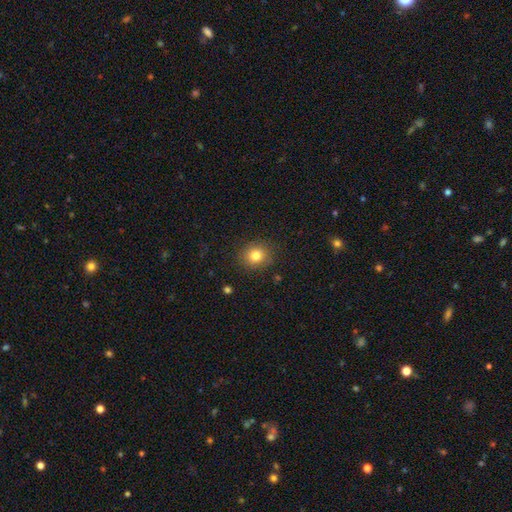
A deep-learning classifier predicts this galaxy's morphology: type=smooth (80%); roundness=round (82%); merging=none (88%).